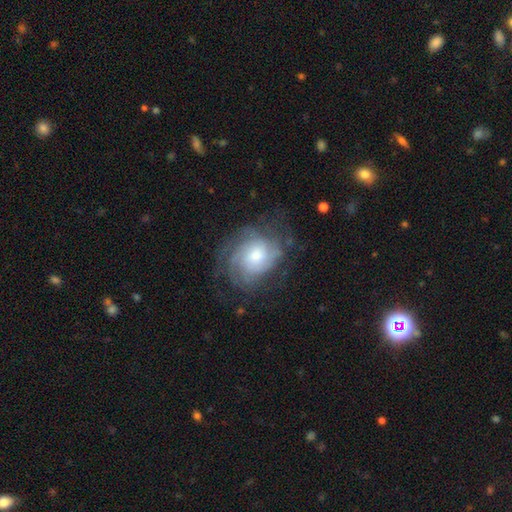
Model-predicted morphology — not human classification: The model was most divided on "spiral winding": tight: 55%, medium: 33%, loose: 12%. Remaining: edge-on disk — no (97%); spiral arms — yes (91%); bar — no (73%); smooth or featured — featured or disk (72%); merging — none (64%); bulge size — moderate (51%); spiral arm count — can't tell (45%).